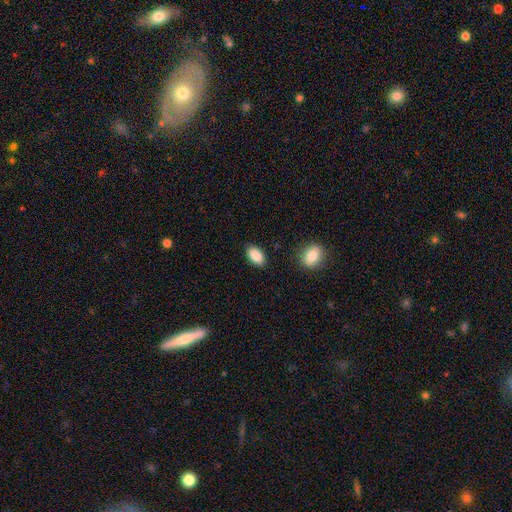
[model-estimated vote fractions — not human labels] smooth 89%, star or artifact 7%, featured or disk 4%. Down the decision tree: how rounded — in between (93%); merging — none (86%).